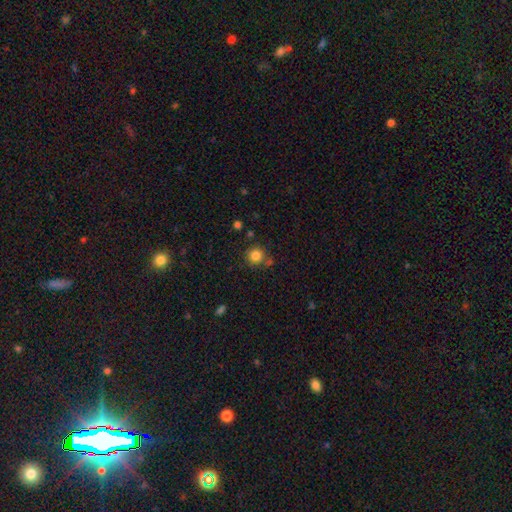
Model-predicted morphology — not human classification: This is clearly a smooth galaxy (82%). How rounded: clearly round (92%). Merging: likely none (76%).